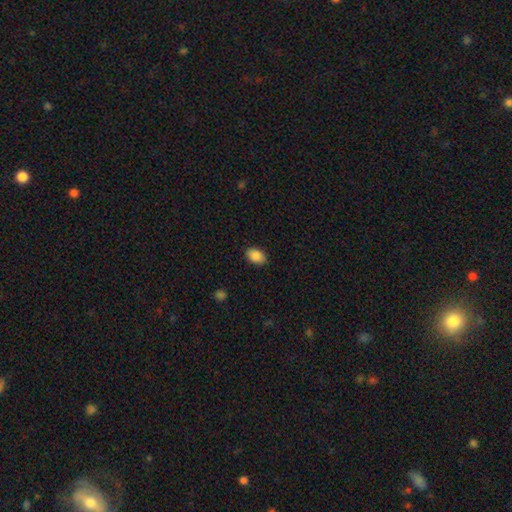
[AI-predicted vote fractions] smooth_or_featured: smooth (p=0.87) [alt: star or artifact p=0.08]
how_rounded: in between (p=0.85) [alt: round p=0.14]
merging: none (p=0.87) [alt: minor disturbance p=0.10]